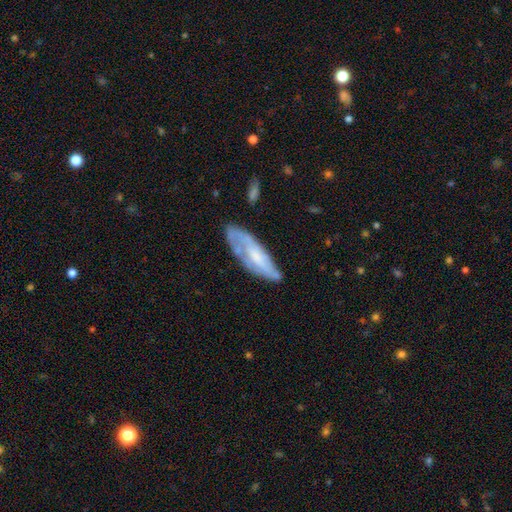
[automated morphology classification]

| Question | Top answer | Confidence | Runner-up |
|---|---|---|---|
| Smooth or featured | featured or disk | 54% | smooth (39%) |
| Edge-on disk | no | 77% | yes (23%) |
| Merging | none | 58% | minor disturbance (26%) |